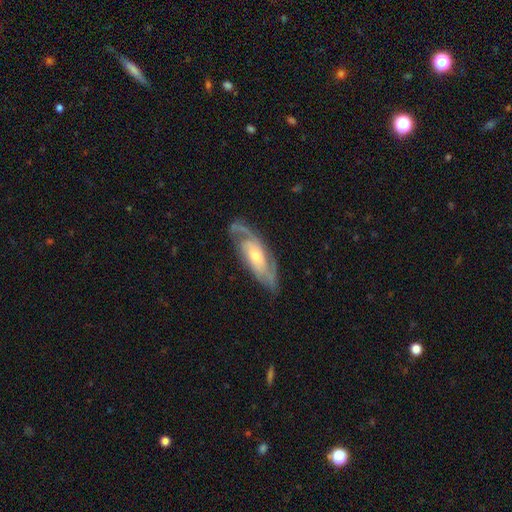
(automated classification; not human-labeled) Smooth or featured: featured or disk — 83% (smooth — 12%)
Edge-on disk: no — 88% (yes — 12%)
Bar: no — 59% (weak — 32%)
Spiral arms: yes — 95% (no — 5%)
Spiral winding: tight — 46% (medium — 42%)
Spiral arm count: 2 — 61% (can't tell — 17%)
Bulge size: moderate — 49% (small — 44%)
Merging: none — 74% (minor disturbance — 18%)